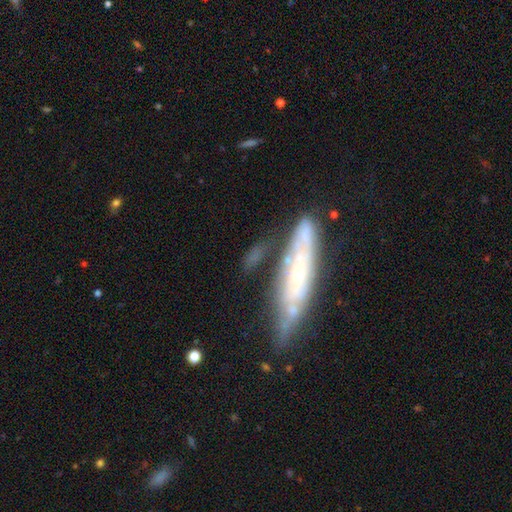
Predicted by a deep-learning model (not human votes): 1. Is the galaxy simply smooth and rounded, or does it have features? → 60% featured or disk, 32% smooth, 8% star or artifact.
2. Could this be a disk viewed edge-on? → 53% no, 47% yes.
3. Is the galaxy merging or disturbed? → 53% none, 25% minor disturbance, 11% major disturbance, 10% merger.